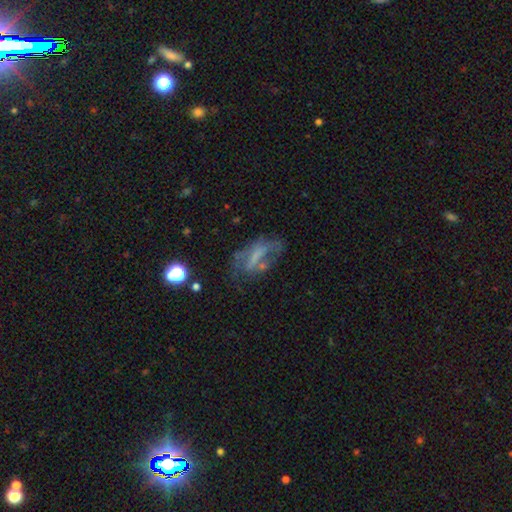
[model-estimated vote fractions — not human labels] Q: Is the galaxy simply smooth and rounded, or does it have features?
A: featured or disk — 51%.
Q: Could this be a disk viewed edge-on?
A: no — 87%.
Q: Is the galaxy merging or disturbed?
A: none — 39%.